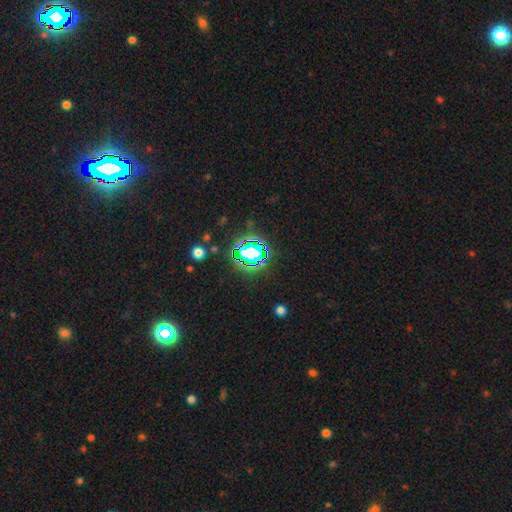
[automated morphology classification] This appears to be a star or artifact, not a galaxy (75%).